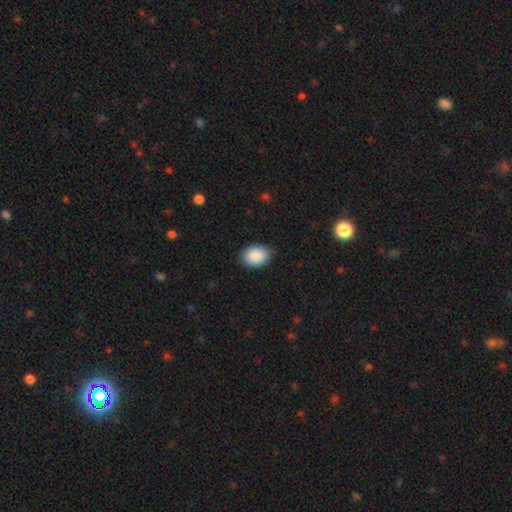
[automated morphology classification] A smooth galaxy with no disk features (90%) that is in between round and cigar-shaped (81%).

Vote fractions:
- Smooth or featured? smooth: 90% / star or artifact: 6% / featured or disk: 4%
- How rounded? in between: 81% / round: 18% / cigar-shaped: 1%
- Merging? none: 86% / minor disturbance: 11% / major disturbance: 2% / merger: 1%